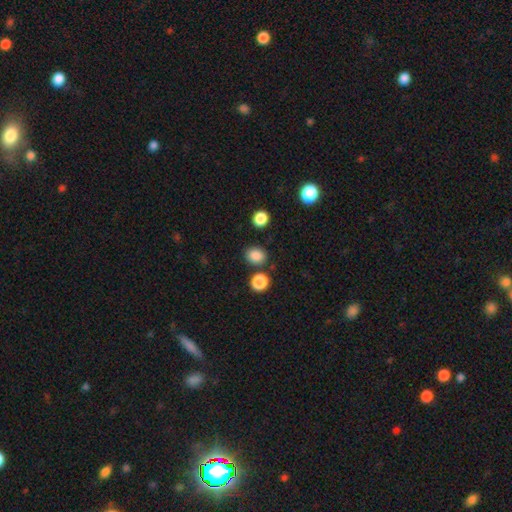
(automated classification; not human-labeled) Smooth or featured? Predicted: smooth (p=0.84). How rounded? Predicted: round (p=0.55). Merging? Predicted: none (p=0.81).